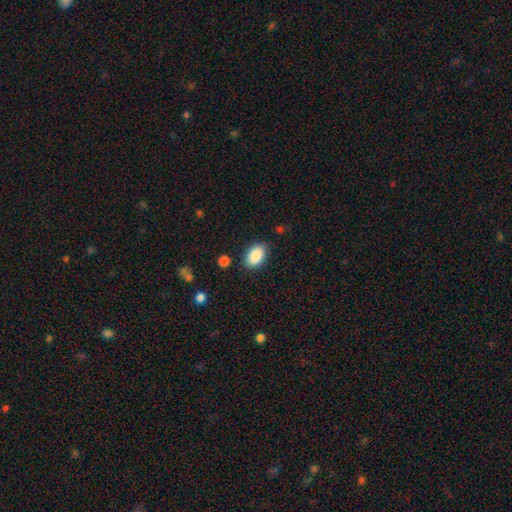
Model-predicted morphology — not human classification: The model was most divided on "merging": none: 84%, minor disturbance: 11%, major disturbance: 3%, merger: 2%. More confident: how rounded — in between (91%); smooth or featured — smooth (88%).